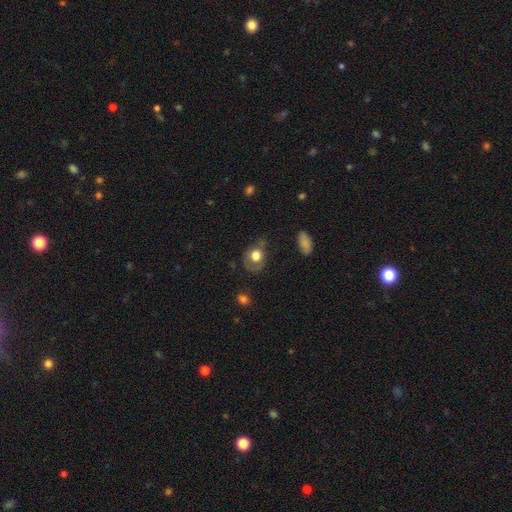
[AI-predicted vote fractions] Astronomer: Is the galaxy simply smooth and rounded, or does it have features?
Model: smooth — 71%.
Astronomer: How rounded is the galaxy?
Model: round — 64%.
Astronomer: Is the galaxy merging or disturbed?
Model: none — 50% (runner-up: minor disturbance, 28%).